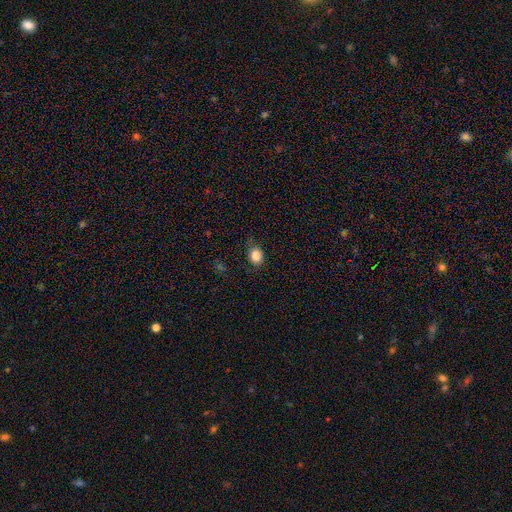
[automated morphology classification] Smooth or featured: smooth — 85% (star or artifact — 10%)
How rounded: round — 54% (in between — 45%)
Merging: none — 74% (minor disturbance — 20%)